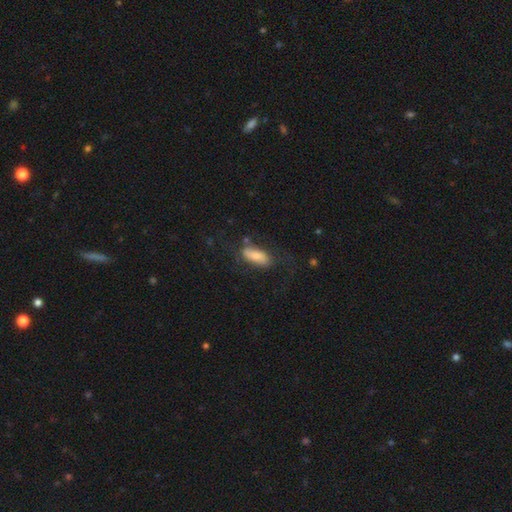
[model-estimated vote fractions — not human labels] A smooth galaxy with no disk features (71%) that is in between round and cigar-shaped (79%).

Vote fractions:
- Smooth or featured? smooth: 71% / featured or disk: 22% / star or artifact: 7%
- How rounded? in between: 79% / cigar-shaped: 19% / round: 3%
- Merging? none: 60% / minor disturbance: 22% / major disturbance: 14% / merger: 4%